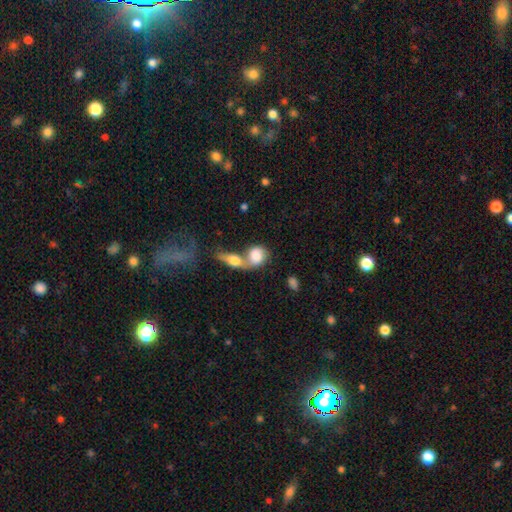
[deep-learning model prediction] This is likely a smooth galaxy (74%). How rounded: possibly in between (55%). Merging: likely merger (74%).